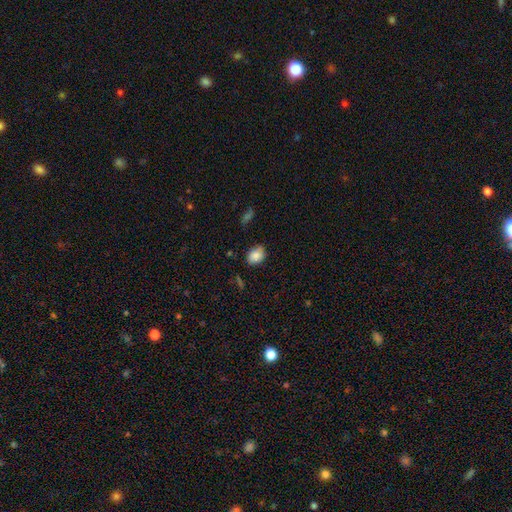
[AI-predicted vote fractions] smooth_or_featured: smooth (p=0.86) [alt: star or artifact p=0.08]
how_rounded: in between (p=0.67) [alt: round p=0.32]
merging: none (p=0.78) [alt: minor disturbance p=0.18]